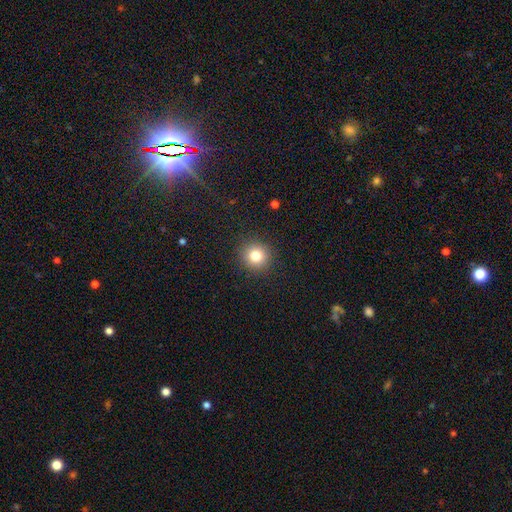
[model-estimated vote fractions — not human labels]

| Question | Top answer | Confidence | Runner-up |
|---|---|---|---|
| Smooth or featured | smooth | 81% | star or artifact (12%) |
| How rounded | round | 93% | in between (7%) |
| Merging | none | 91% | minor disturbance (6%) |